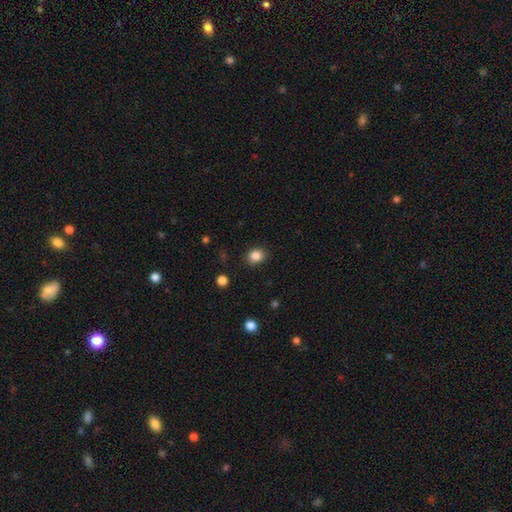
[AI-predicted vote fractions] Overall: smooth (85%). How rounded: round (61%; in between 38%). Merging: none (89%).